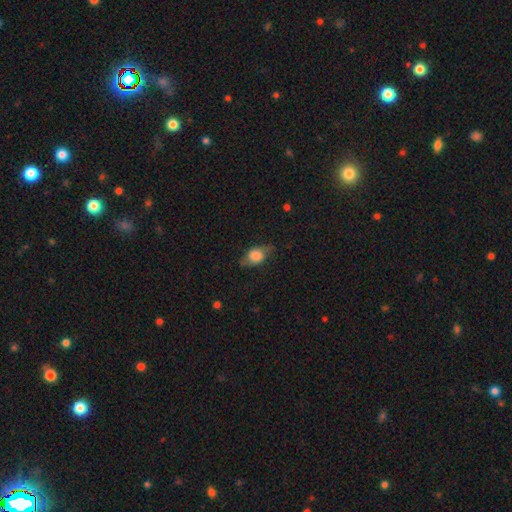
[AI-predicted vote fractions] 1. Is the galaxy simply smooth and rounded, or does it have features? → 65% smooth, 26% featured or disk, 8% star or artifact.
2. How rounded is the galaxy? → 72% in between, 23% round, 5% cigar-shaped.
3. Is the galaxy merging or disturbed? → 65% none, 24% minor disturbance, 9% major disturbance, 1% merger.